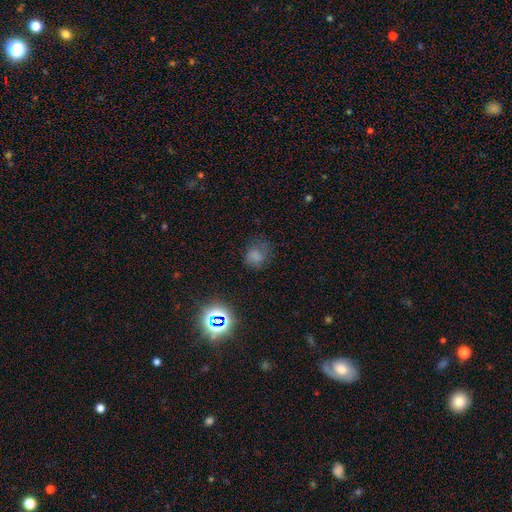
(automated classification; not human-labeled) This appears to be a smooth galaxy with no disk features (67%) that is round (68%). Merging: none (62%).